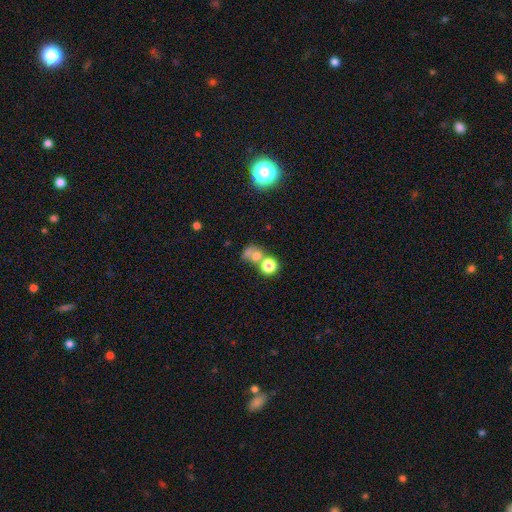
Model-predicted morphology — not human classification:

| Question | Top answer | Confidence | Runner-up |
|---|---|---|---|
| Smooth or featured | smooth | 64% | star or artifact (20%) |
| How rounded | round | 74% | in between (25%) |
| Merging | merger | 47% | none (34%) |